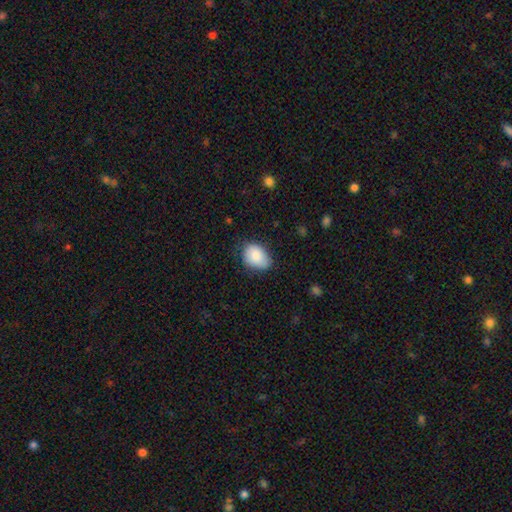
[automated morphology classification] Smooth or featured? Predicted: smooth (p=0.85). How rounded? Predicted: in between (p=0.72). Merging? Predicted: none (p=0.65).